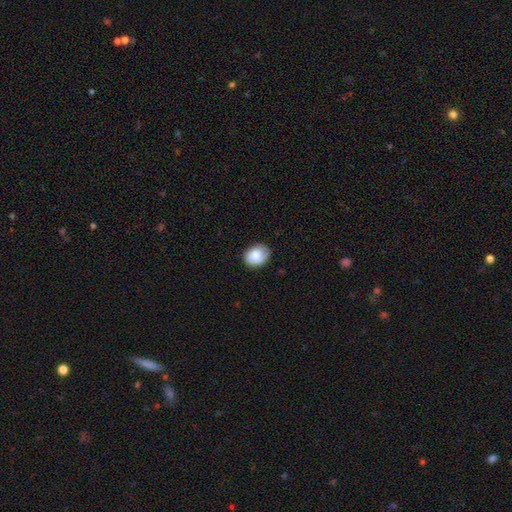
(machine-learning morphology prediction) Smooth or featured? Predicted: smooth (p=0.76). How rounded? Predicted: round (p=0.55). Merging? Predicted: none (p=0.81).